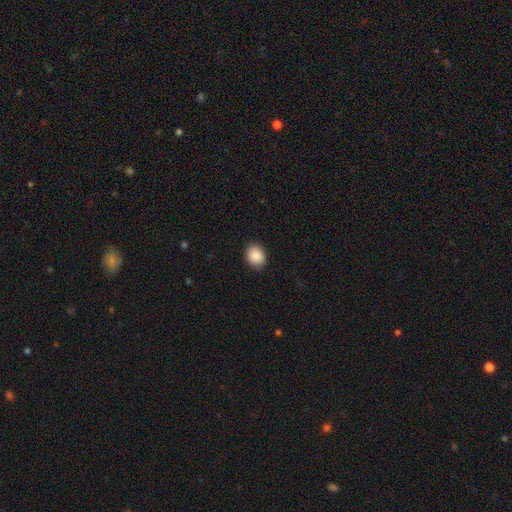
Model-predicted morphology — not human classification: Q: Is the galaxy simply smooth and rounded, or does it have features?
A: smooth — 88%.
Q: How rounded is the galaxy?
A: round — 59%.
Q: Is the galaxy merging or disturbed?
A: none — 89%.